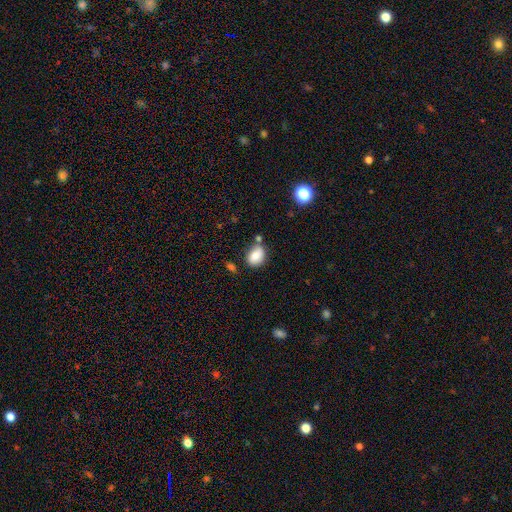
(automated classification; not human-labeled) Smooth or featured: smooth — 79% (featured or disk — 12%)
How rounded: in between — 69% (round — 30%)
Merging: none — 62% (minor disturbance — 21%)